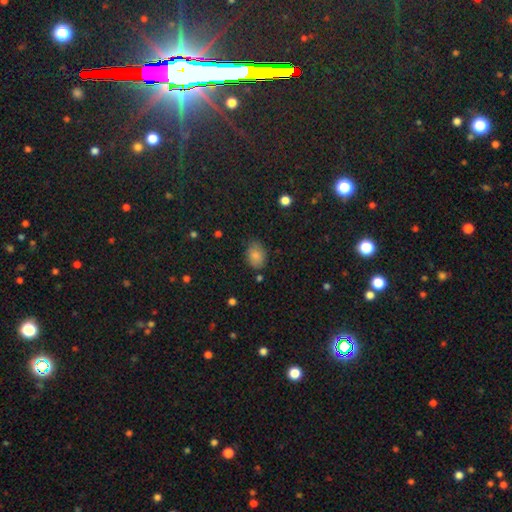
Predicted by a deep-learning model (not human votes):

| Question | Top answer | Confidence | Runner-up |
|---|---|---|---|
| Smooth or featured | smooth | 83% | star or artifact (10%) |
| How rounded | in between | 77% | round (21%) |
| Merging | none | 76% | minor disturbance (18%) |